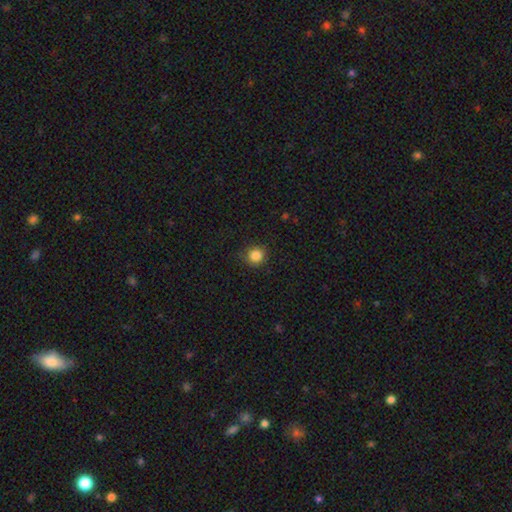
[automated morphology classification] A smooth galaxy with no disk features (85%) that is round (90%). Merging: none (86%).